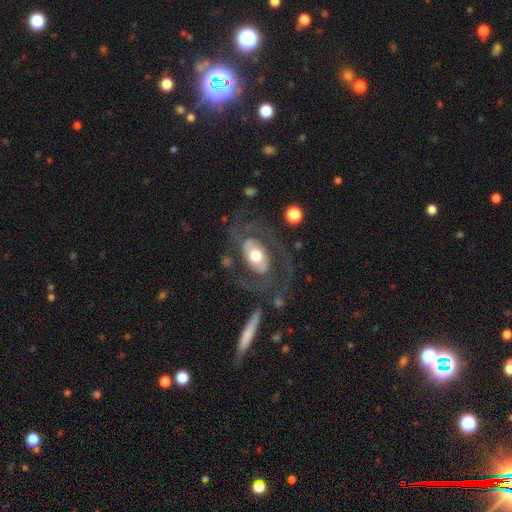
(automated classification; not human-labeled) The model was most divided on "spiral winding": medium: 45%, loose: 28%, tight: 27%. More confident: edge-on disk — no (95%); smooth or featured — featured or disk (75%); spiral arm count — 2 (74%); spiral arms — yes (71%); bar — no (61%); merging — none (60%); bulge size — moderate (57%).